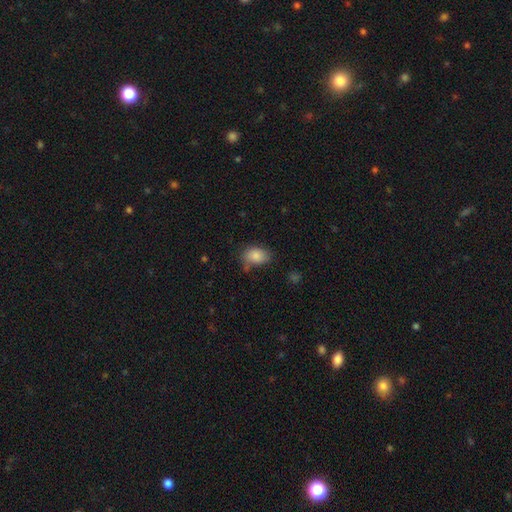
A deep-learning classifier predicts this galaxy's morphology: Smooth or featured: smooth — 85% (star or artifact — 8%)
How rounded: in between — 83% (round — 16%)
Merging: none — 63% (minor disturbance — 24%)